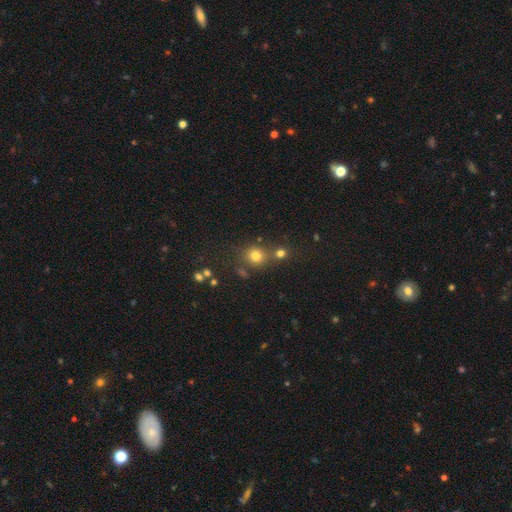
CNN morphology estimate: type=smooth (75%); roundness=round (82%); merging=none (63%).